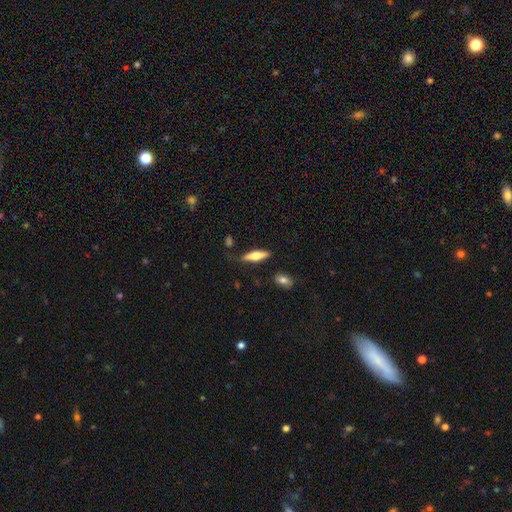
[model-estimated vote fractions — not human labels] smooth-or-featured: smooth: 57% | featured or disk: 37% | star or artifact: 6%
  how-rounded: cigar-shaped: 60% | in between: 38% | round: 2%
  merging: none: 79% | minor disturbance: 15% | major disturbance: 4% | merger: 3%